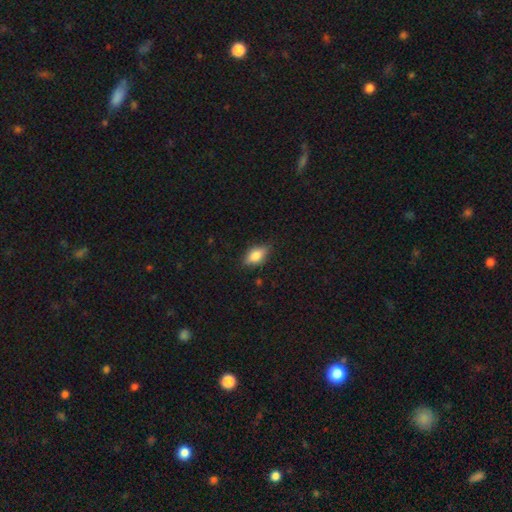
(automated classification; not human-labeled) This is likely a smooth galaxy (72%). How rounded: clearly in between (84%). Merging: likely none (79%).